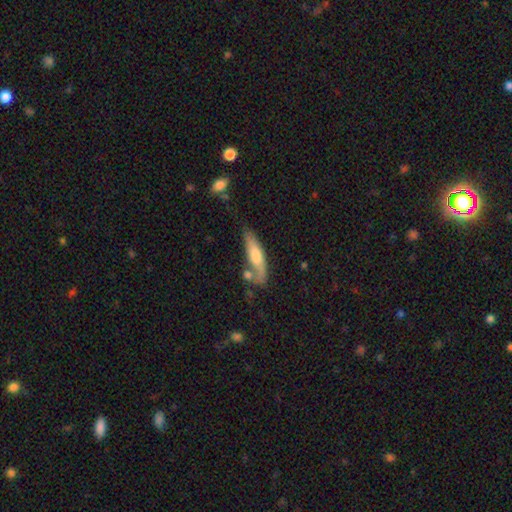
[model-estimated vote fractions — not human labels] Smooth or featured: smooth — 59% (featured or disk — 35%)
How rounded: cigar-shaped — 68% (in between — 30%)
Merging: none — 52% (minor disturbance — 22%)